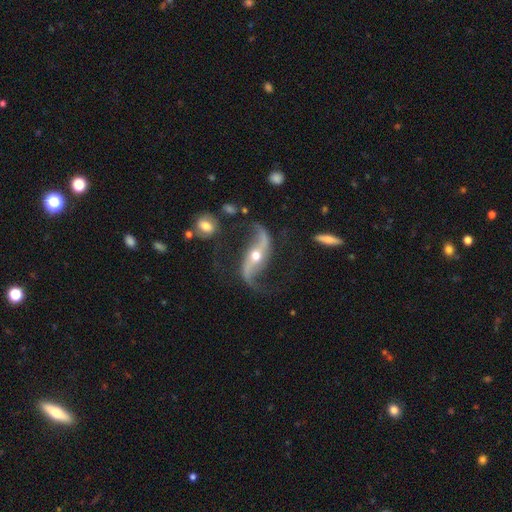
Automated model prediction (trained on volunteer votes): A featured or disk galaxy (92%) with no bar (35%, tied with strong), 2 (94%) loose (91%) spiral arms (97%) and a moderate central bulge (69%). Merging: none (72%).